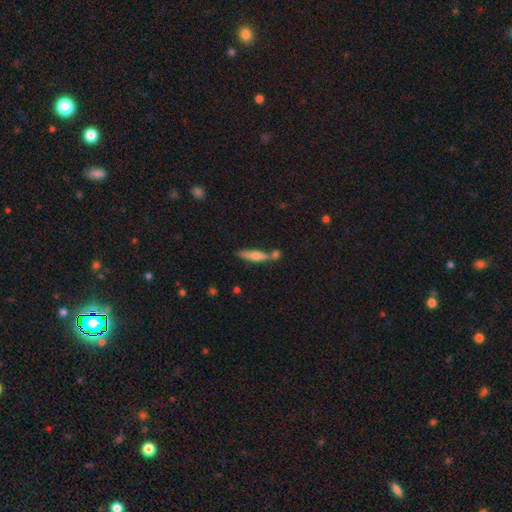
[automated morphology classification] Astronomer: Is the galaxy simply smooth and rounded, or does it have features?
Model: smooth — 65%.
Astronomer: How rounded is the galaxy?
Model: cigar-shaped — 79%.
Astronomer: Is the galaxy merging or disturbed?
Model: none — 55%.